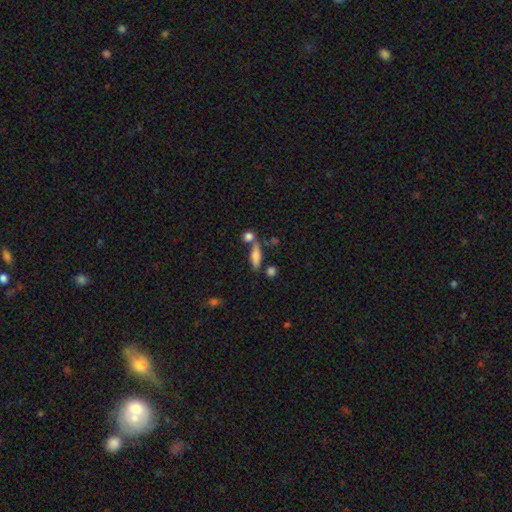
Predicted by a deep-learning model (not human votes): This appears to be a smooth galaxy with no disk features (72%) that is in between round and cigar-shaped (48%). Merging: none (63%).